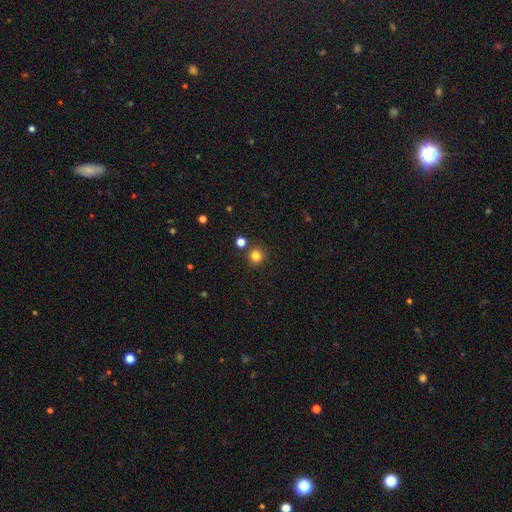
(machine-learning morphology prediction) Smooth or featured? smooth (81%)
How rounded? round (94%)
Merging? none (85%)